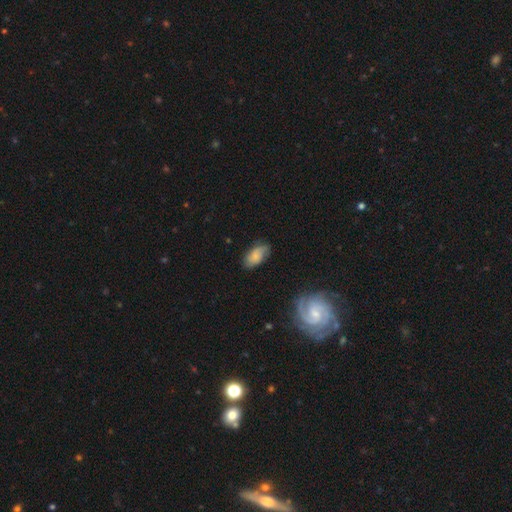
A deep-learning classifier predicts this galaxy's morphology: Smooth or featured? Predicted: smooth (p=0.65). How rounded? Predicted: in between (p=0.92). Merging? Predicted: none (p=0.74).